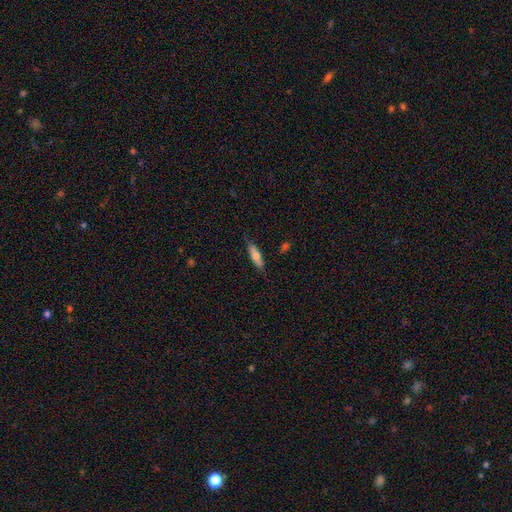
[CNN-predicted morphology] This appears to be a smooth galaxy with no disk features (64%) that is cigar-shaped (63%). Merging: none (79%).